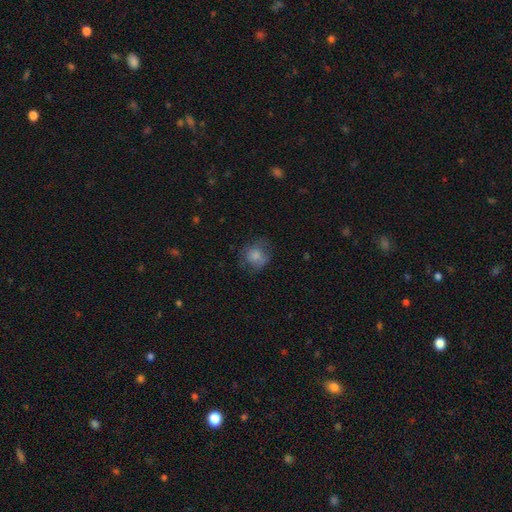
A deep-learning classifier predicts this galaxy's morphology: type=smooth (76%); roundness=round (76%); merging=none (61%).